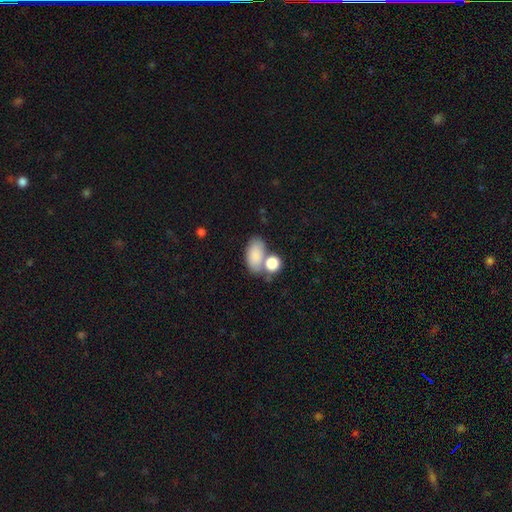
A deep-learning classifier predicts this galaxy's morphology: Smooth or featured? Predicted: smooth (p=0.83). How rounded? Predicted: in between (p=0.90). Merging? Predicted: none (p=0.46).